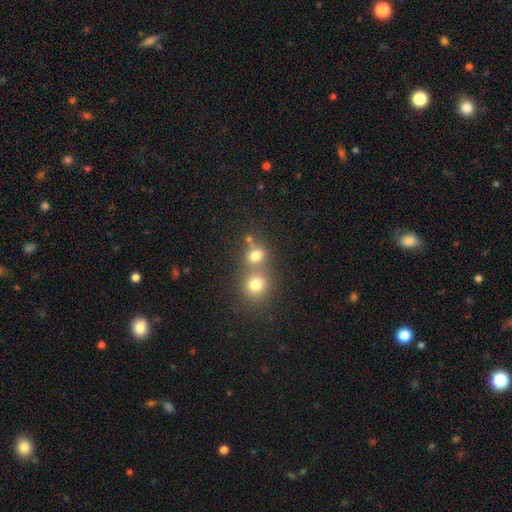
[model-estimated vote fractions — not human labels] Morphology: type=smooth (76%); roundness=round (77%); merging=merger (45%).